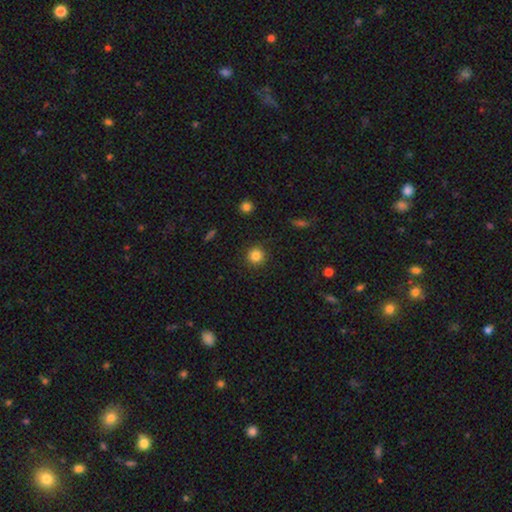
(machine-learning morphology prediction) This is clearly a smooth galaxy (83%). How rounded: clearly round (94%). Merging: clearly none (91%).